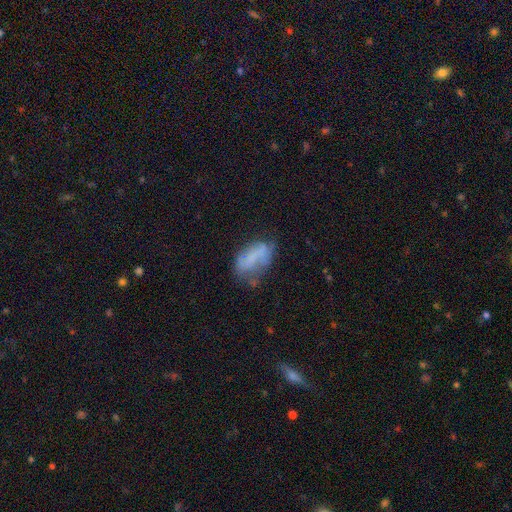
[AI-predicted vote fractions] Smooth or featured? smooth (55%)
How rounded? in between (90%)
Merging? none (39%)